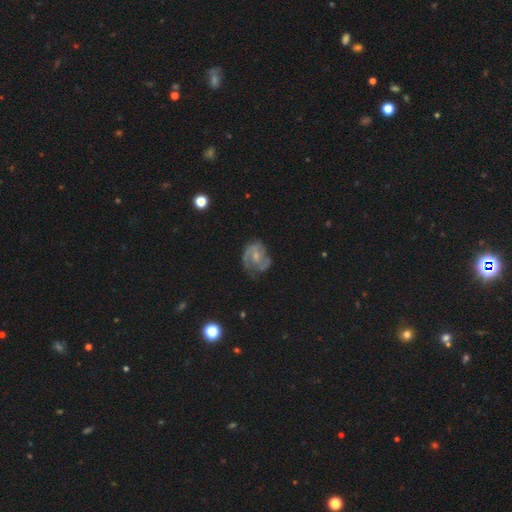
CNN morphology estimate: smooth-or-featured: featured or disk: 78% | smooth: 15% | star or artifact: 7%
  disk-edge-on: no: 98% | yes: 2%
    bar: weak: 46% | no: 45% | strong: 9%
    has-spiral-arms: yes: 92% | no: 8%
      spiral-winding: medium: 47% | tight: 39% | loose: 14%
      spiral-arm-count: 2: 64% | can't tell: 16% | 3: 11% | 1: 5% | 4: 2% | more than 4: 2%
    bulge-size: small: 57% | moderate: 32% | none: 9% | large: 2% | dominant: 1%
  merging: none: 63% | minor disturbance: 23% | major disturbance: 12% | merger: 2%